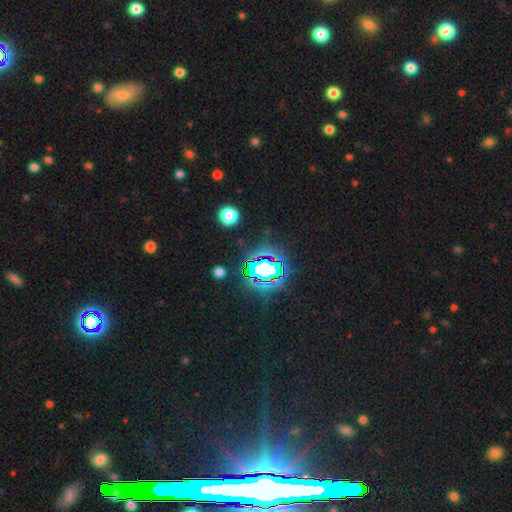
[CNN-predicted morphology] type=star or artifact (81%).